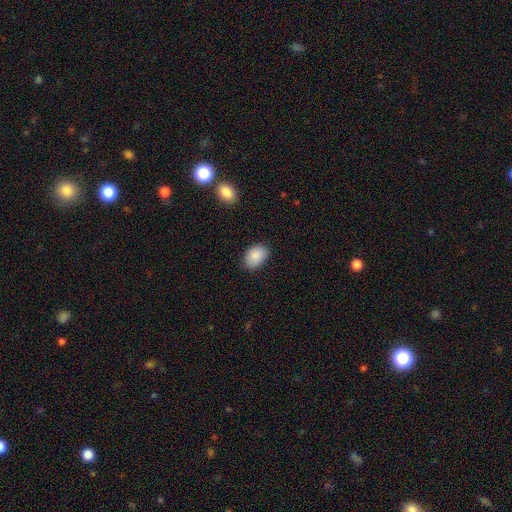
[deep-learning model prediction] Q: Smooth or featured?
A: smooth (88%); runner-up: star or artifact (7%)
Q: How rounded?
A: in between (82%); runner-up: round (17%)
Q: Merging?
A: none (81%); runner-up: minor disturbance (15%)